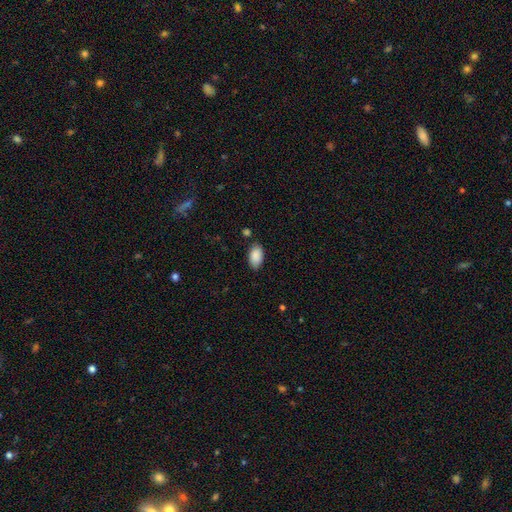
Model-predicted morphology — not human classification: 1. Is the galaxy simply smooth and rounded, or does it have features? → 90% smooth, 6% star or artifact, 4% featured or disk.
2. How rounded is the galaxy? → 94% in between, 4% round, 2% cigar-shaped.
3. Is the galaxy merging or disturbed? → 81% none, 14% minor disturbance, 3% merger, 3% major disturbance.